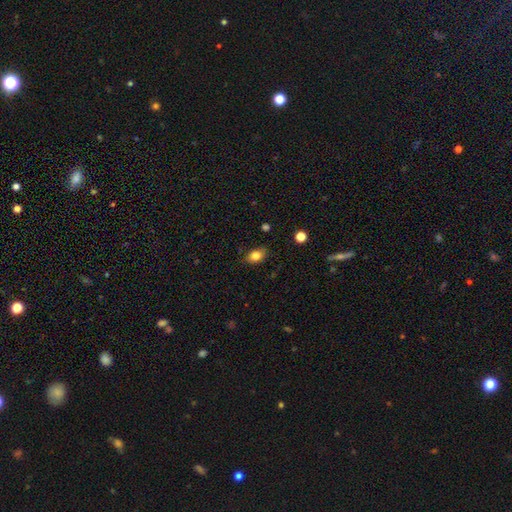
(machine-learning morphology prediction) This is clearly a smooth galaxy (82%). How rounded: clearly in between (82%). Merging: clearly none (81%).